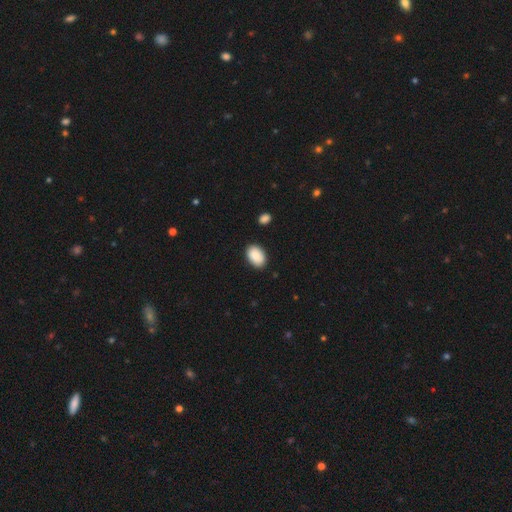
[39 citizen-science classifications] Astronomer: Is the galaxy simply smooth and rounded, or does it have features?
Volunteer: smooth — 92%.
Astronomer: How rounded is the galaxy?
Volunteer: in between — 94%.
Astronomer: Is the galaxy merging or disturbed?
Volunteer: none — 86%.